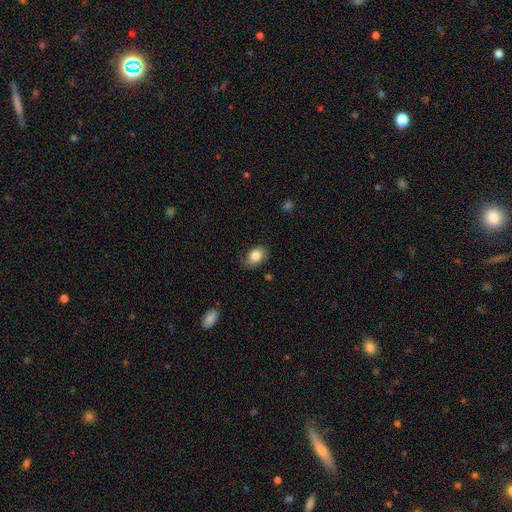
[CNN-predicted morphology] Overall: smooth (82%). How rounded: in between (79%). Merging: none (74%).